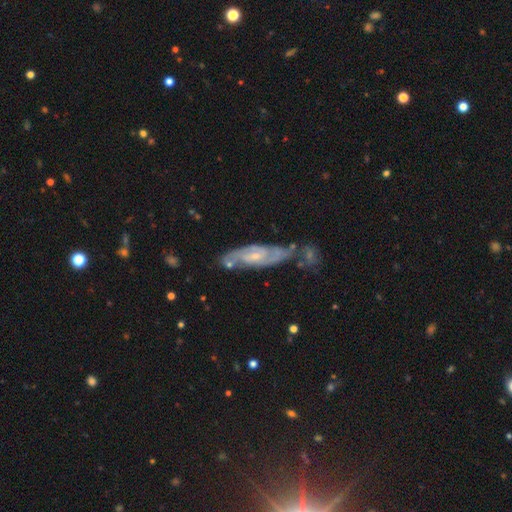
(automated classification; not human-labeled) A featured or disk galaxy (81%) with a weak bar (47%), 2 (66%) tight (47%) spiral arms (94%) and a small central bulge (66%).

Vote fractions:
- Smooth or featured? featured or disk: 81% / smooth: 13% / star or artifact: 6%
- Edge-on disk? no: 84% / yes: 16%
- Bar? weak: 47% / no: 40% / strong: 13%
- Spiral arms? yes: 94% / no: 6%
- Spiral winding? tight: 47% / medium: 41% / loose: 11%
- Spiral arm count? 2: 66% / can't tell: 20% / 3: 7% / 4: 2% / 1: 2% / more than 4: 2%
- Bulge size? small: 66% / moderate: 27% / none: 5% / large: 1% / dominant: 1%
- Merging? none: 56% / minor disturbance: 21% / merger: 15% / major disturbance: 7%